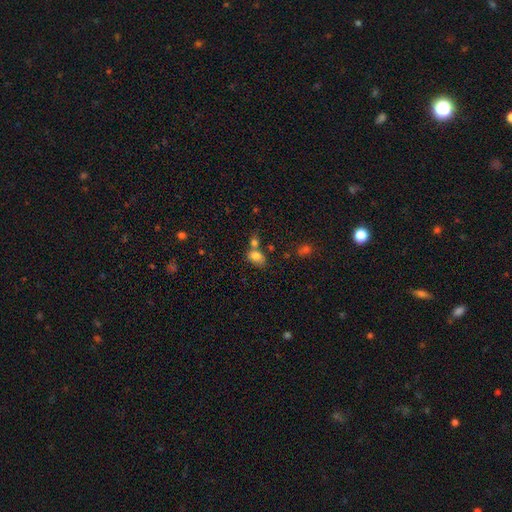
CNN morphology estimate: Overall: smooth (79%). How rounded: in between (77%). Merging: merger (39%; none 38%).